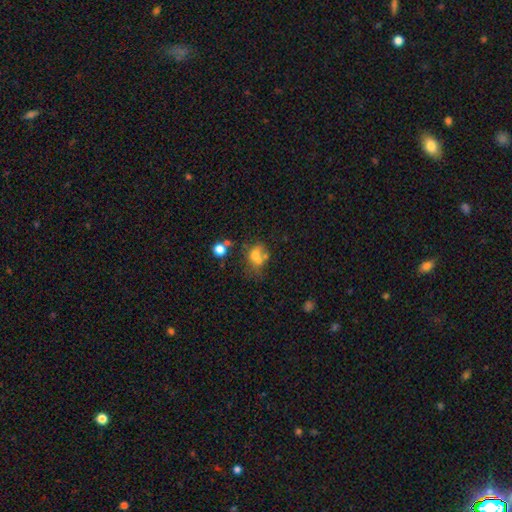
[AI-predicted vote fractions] smooth 59%, featured or disk 24%, star or artifact 17%. Down the decision tree: how rounded — in between (55%); merging — merger (45%).